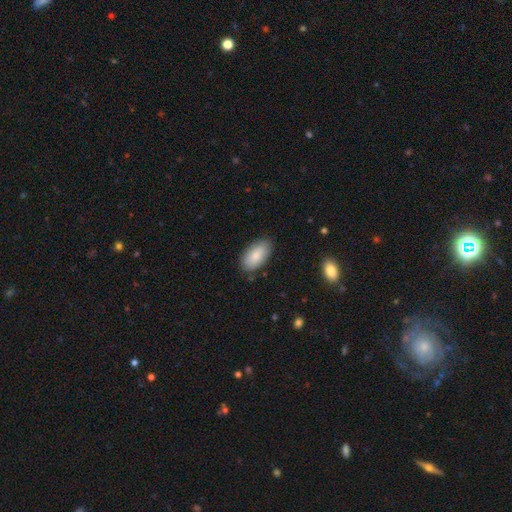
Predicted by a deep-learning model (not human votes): smooth-or-featured: smooth: 83% | featured or disk: 11% | star or artifact: 6%
  how-rounded: in between: 94% | cigar-shaped: 3% | round: 3%
  merging: none: 82% | minor disturbance: 14% | major disturbance: 3% | merger: 1%